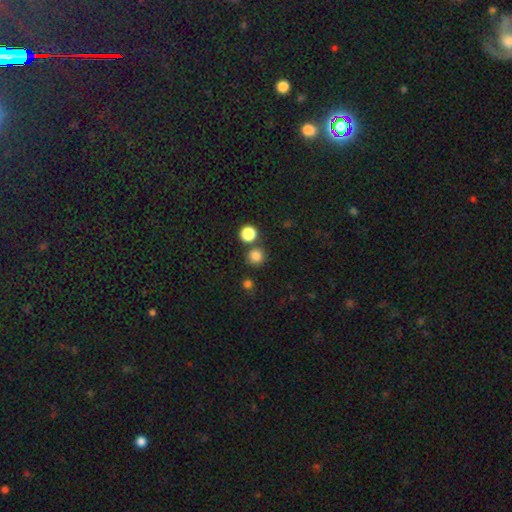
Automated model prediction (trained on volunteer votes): Smooth or featured? smooth (81%)
How rounded? round (93%)
Merging? none (78%)